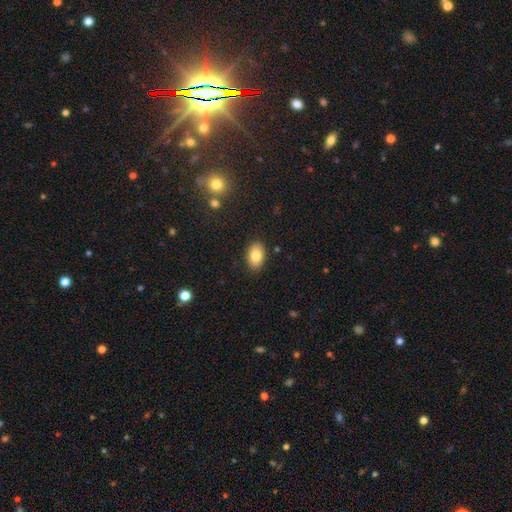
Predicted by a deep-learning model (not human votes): Morphology: type=smooth (82%); roundness=in between (90%); merging=none (87%).